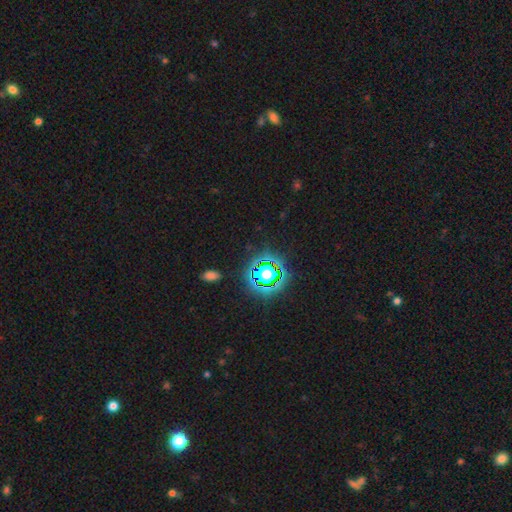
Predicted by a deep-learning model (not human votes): Morphology: type=star or artifact (79%).